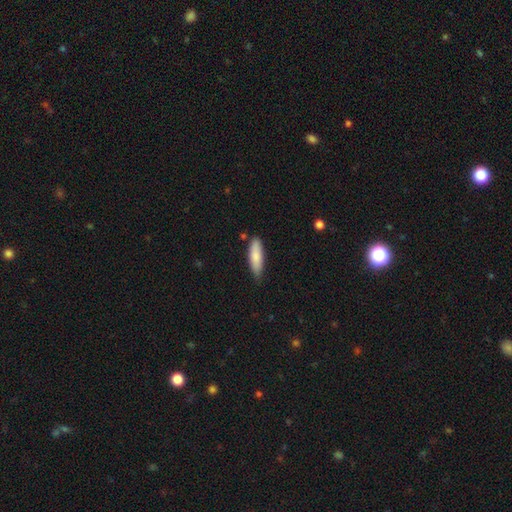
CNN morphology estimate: A smooth galaxy with no disk features (82%) that is in between round and cigar-shaped (51%).

Vote fractions:
- Smooth or featured? smooth: 82% / featured or disk: 12% / star or artifact: 6%
- How rounded? in between: 51% / cigar-shaped: 48% / round: 2%
- Merging? none: 74% / minor disturbance: 21% / major disturbance: 3% / merger: 3%